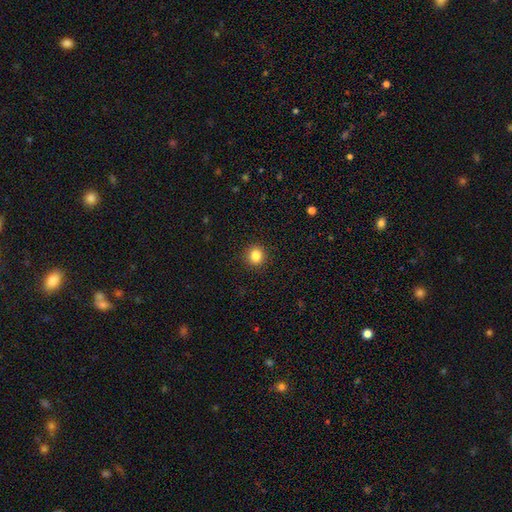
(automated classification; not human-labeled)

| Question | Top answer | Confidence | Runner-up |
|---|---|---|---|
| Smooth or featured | smooth | 83% | star or artifact (12%) |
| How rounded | round | 89% | in between (10%) |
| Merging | none | 91% | minor disturbance (6%) |